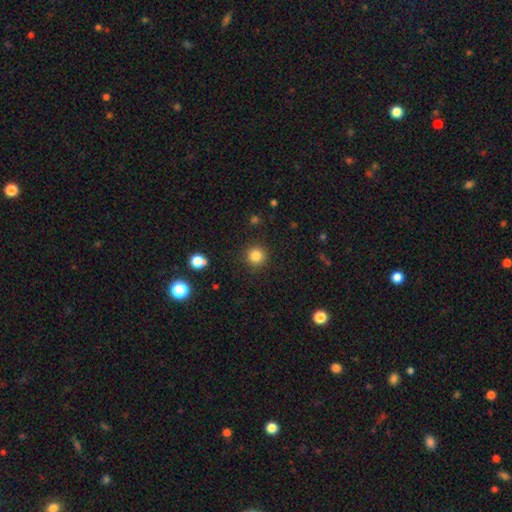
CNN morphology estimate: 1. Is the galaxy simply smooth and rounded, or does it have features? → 83% smooth, 12% star or artifact, 5% featured or disk.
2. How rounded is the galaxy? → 94% round, 5% in between, 1% cigar-shaped.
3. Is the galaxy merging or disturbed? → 90% none, 6% minor disturbance, 2% major disturbance, 1% merger.